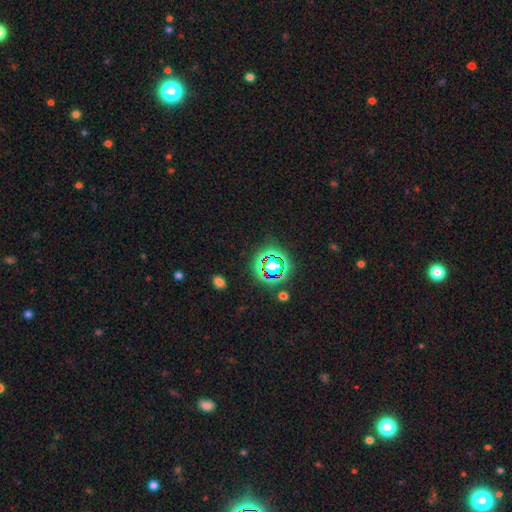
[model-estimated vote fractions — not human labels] A star or artifact, not a galaxy (78%).

Vote fractions:
- Smooth or featured? star or artifact: 78% / smooth: 14% / featured or disk: 8%